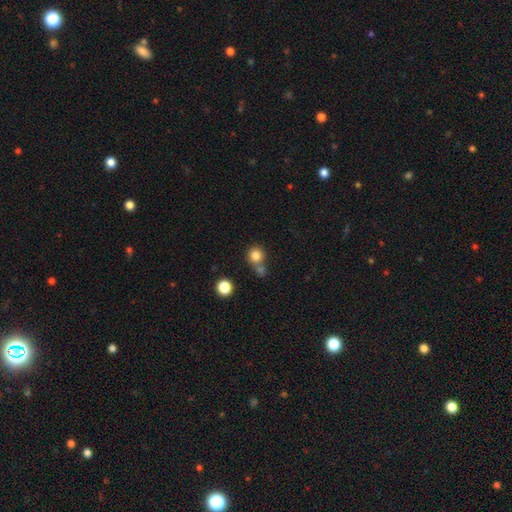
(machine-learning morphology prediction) This is clearly a smooth galaxy (81%). How rounded: clearly round (91%). Merging: possibly none (58%).